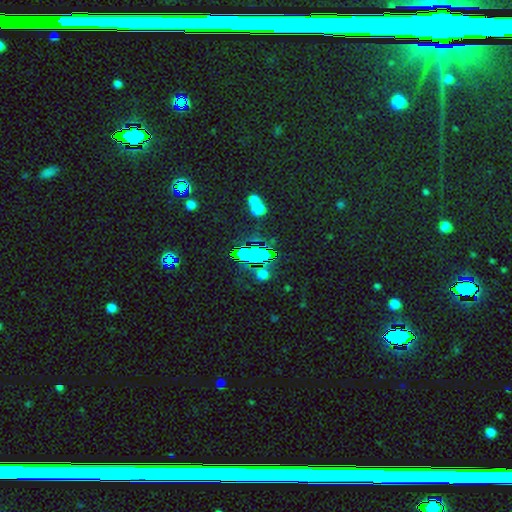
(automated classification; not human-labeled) Overall: star or artifact (59%; smooth 29%).